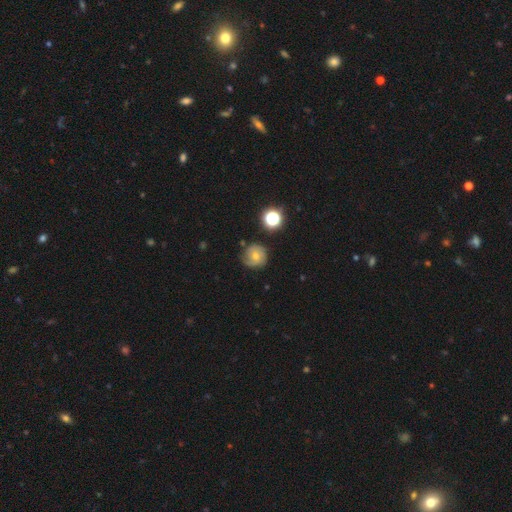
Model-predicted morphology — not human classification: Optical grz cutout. It shows a featured or disk galaxy (53%) with no bar (75%), spiral arms (86%) and a small central bulge (51%). Merging: none (70%).